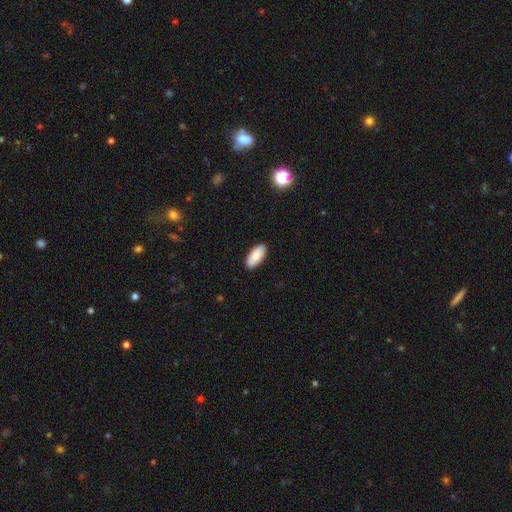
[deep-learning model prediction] smooth_or_featured: smooth (p=0.89) [alt: star or artifact p=0.06]
how_rounded: in between (p=0.87) [alt: cigar-shaped p=0.12]
merging: none (p=0.90) [alt: minor disturbance p=0.08]